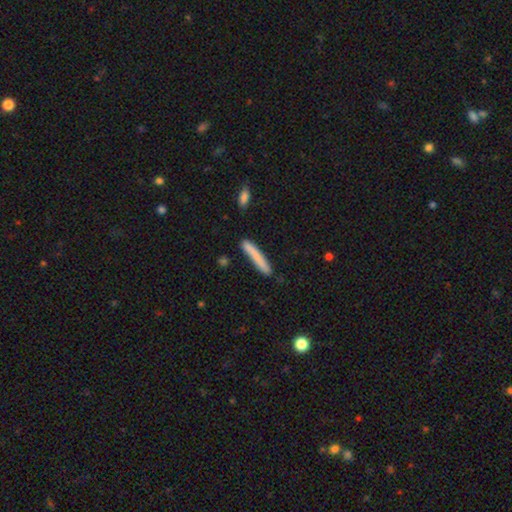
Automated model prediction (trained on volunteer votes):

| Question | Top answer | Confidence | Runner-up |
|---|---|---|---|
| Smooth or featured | smooth | 77% | featured or disk (16%) |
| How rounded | cigar-shaped | 95% | in between (4%) |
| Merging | none | 78% | minor disturbance (15%) |